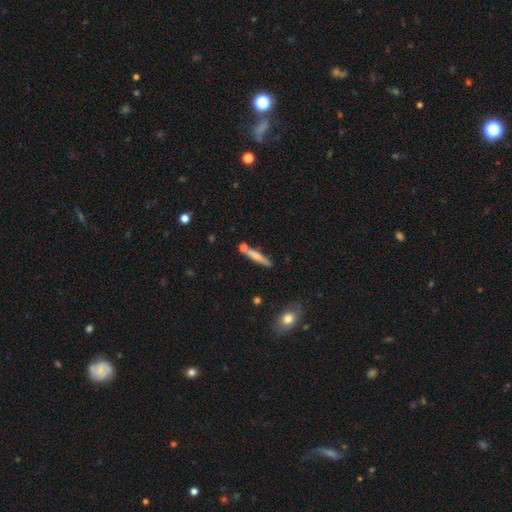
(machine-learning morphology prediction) Smooth or featured?
  - smooth: 61% *
  - featured or disk: 32%
  - star or artifact: 7%
How rounded?
  - cigar-shaped: 90% *
  - in between: 8%
  - round: 2%
Merging?
  - none: 71% *
  - merger: 14%
  - minor disturbance: 12%
  - major disturbance: 3%